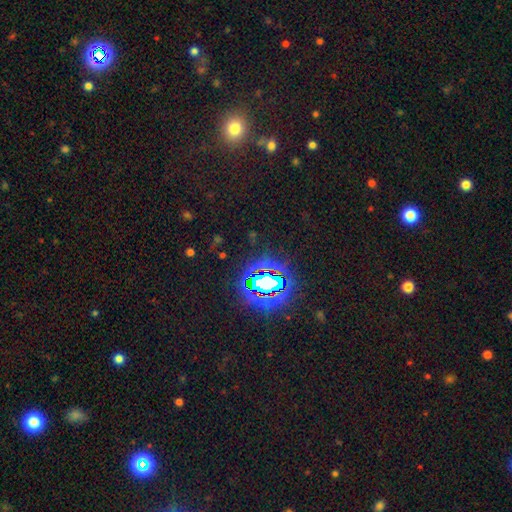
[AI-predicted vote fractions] A star or artifact, not a galaxy (80%).

Vote fractions:
- Smooth or featured? star or artifact: 80% / smooth: 12% / featured or disk: 8%